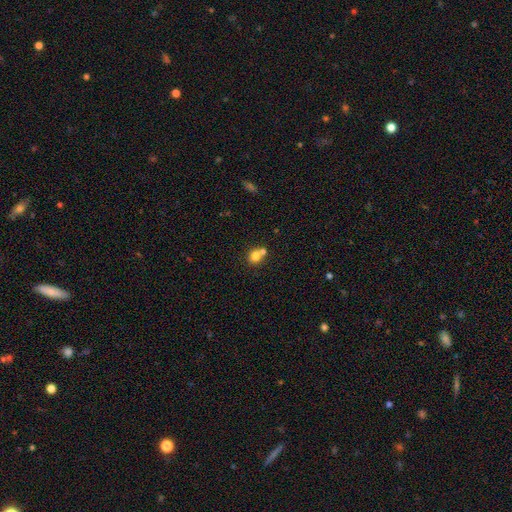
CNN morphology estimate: Overall: smooth (78%). How rounded: round (76%). Merging: none (46%; merger 43%).